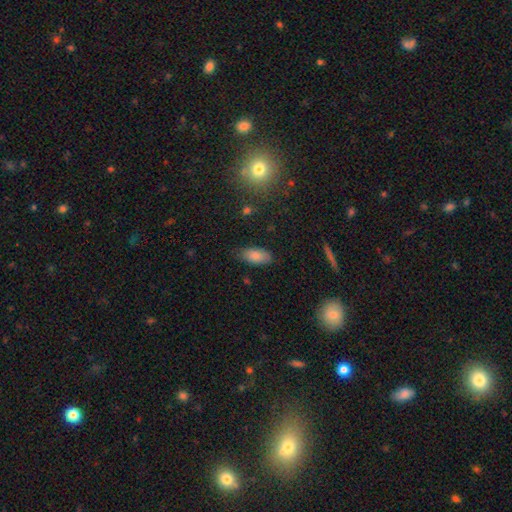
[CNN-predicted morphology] smooth_or_featured: smooth (p=0.85) [alt: star or artifact p=0.08]
how_rounded: in between (p=0.91) [alt: cigar-shaped p=0.07]
merging: none (p=0.77) [alt: minor disturbance p=0.18]